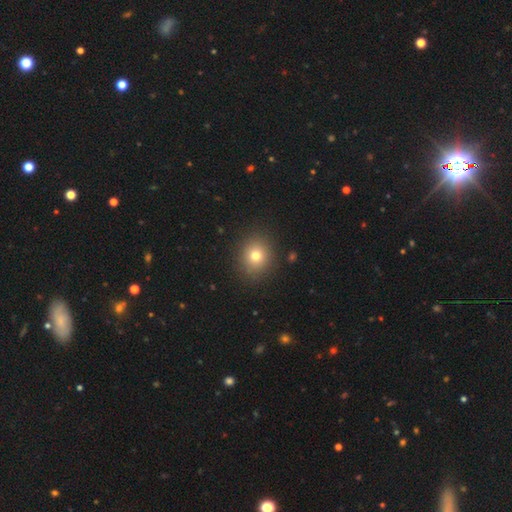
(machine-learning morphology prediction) This is likely a smooth galaxy (75%). How rounded: likely round (79%). Merging: clearly none (89%).